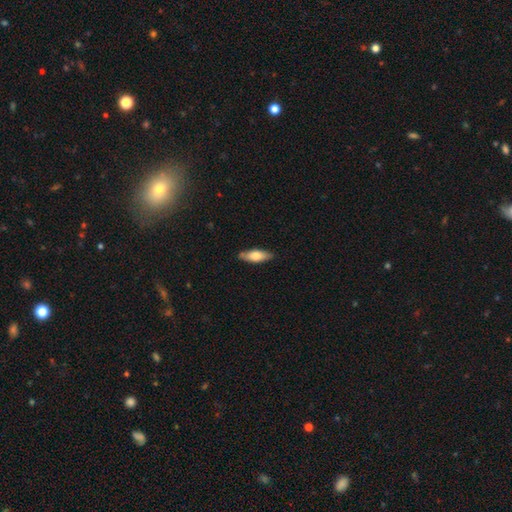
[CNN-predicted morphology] smooth-or-featured: smooth: 68% | featured or disk: 27% | star or artifact: 6%
  how-rounded: in between: 63% | cigar-shaped: 35% | round: 2%
  merging: none: 83% | minor disturbance: 13% | major disturbance: 2% | merger: 2%